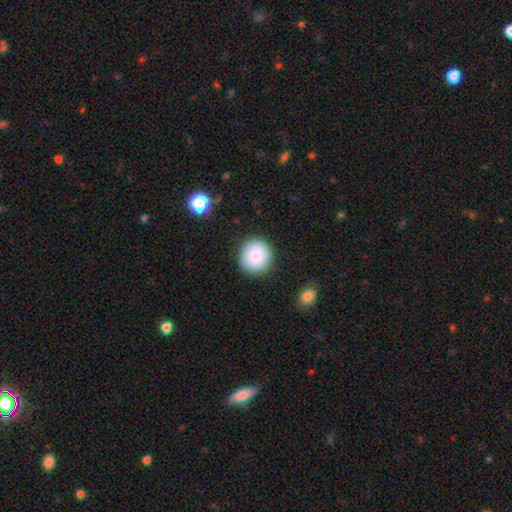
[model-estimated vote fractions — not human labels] The model was most divided on "smooth or featured": smooth: 86%, star or artifact: 8%, featured or disk: 6%. More confident: how rounded — round (92%); merging — none (89%).